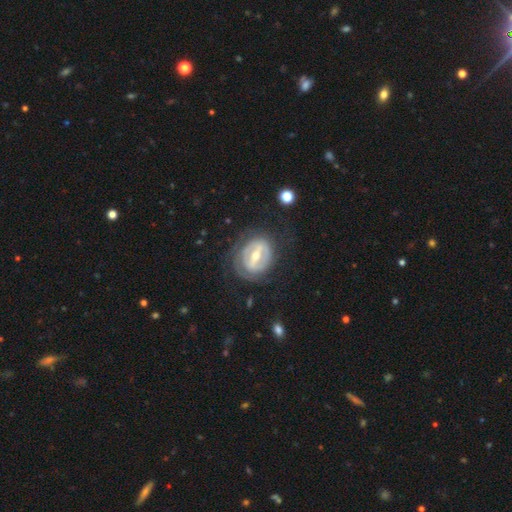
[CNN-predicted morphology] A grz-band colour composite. It shows a featured or disk galaxy (79%) with a strong bar (63%), spiral arms (62%) and a moderate central bulge (60%). Merging: none (69%).